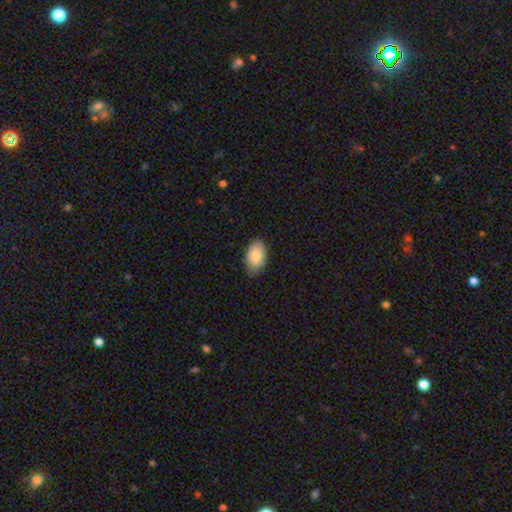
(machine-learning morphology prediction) Smooth or featured?
  - smooth: 86% *
  - featured or disk: 8%
  - star or artifact: 6%
How rounded?
  - in between: 93% *
  - round: 6%
  - cigar-shaped: 1%
Merging?
  - none: 82% *
  - minor disturbance: 15%
  - major disturbance: 2%
  - merger: 1%